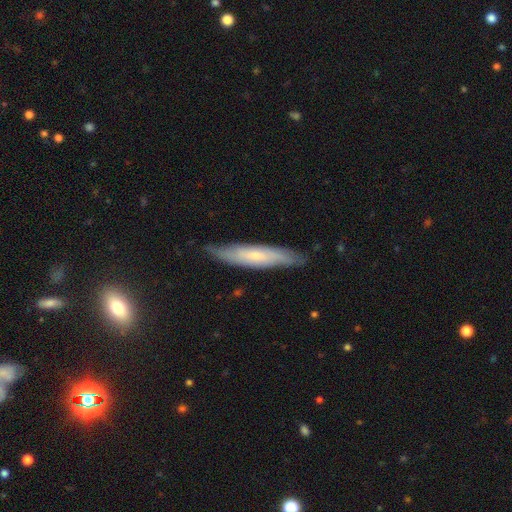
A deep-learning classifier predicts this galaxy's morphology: type=smooth (50%); roundness=cigar-shaped (84%); merging=none (80%).